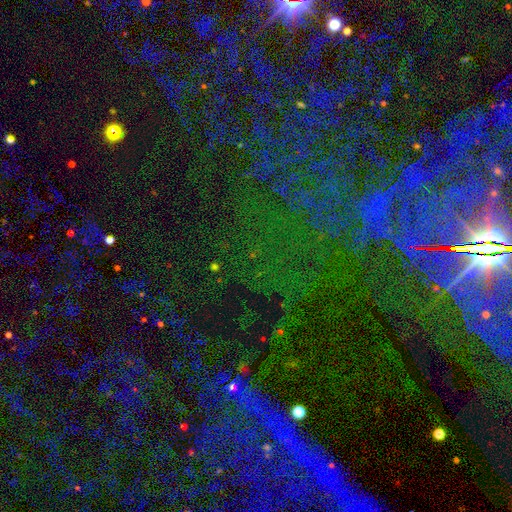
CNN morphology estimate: A star or artifact, not a galaxy (82%).

Vote fractions:
- Smooth or featured? star or artifact: 82% / featured or disk: 10% / smooth: 8%